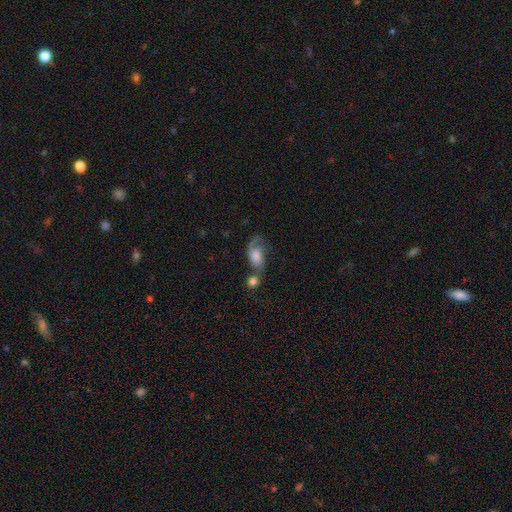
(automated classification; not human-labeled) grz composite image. It shows a featured or disk galaxy (55%) with no bar (70%), spiral arms (86%) and a moderate central bulge (42%). Merging: merger (36%).